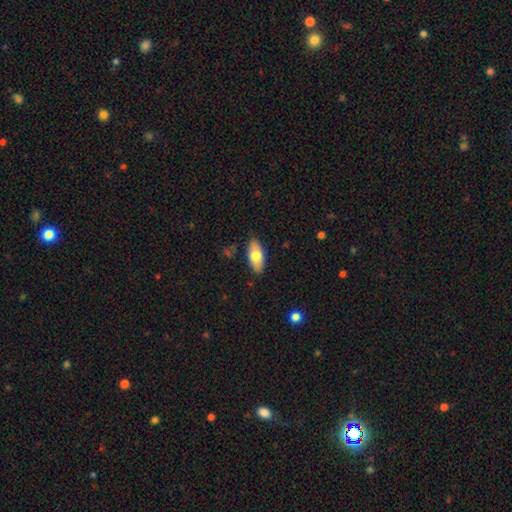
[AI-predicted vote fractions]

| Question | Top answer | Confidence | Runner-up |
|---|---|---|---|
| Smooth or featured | smooth | 74% | featured or disk (20%) |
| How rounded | in between | 89% | cigar-shaped (8%) |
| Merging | none | 86% | minor disturbance (11%) |